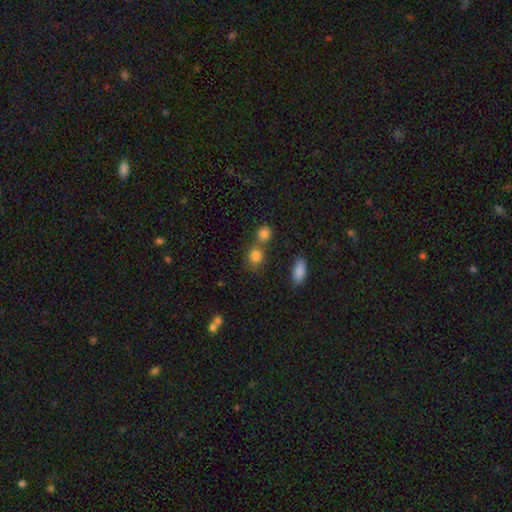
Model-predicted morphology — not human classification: Overall: smooth (82%). How rounded: round (70%). Merging: none (54%; merger 33%).